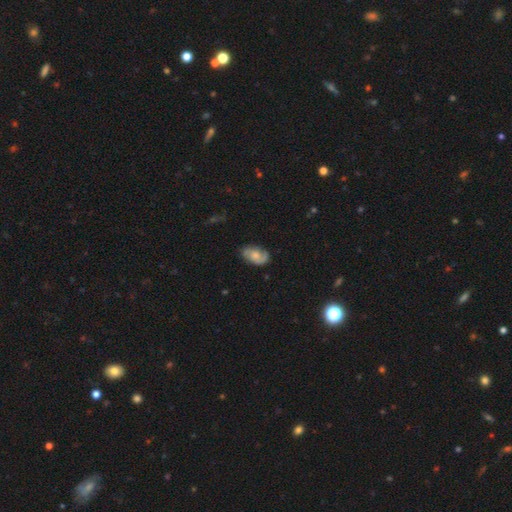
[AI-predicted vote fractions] A featured or disk galaxy (57%) with no bar (69%), spiral arms (87%) and a moderate central bulge (49%). Merging: none (74%).